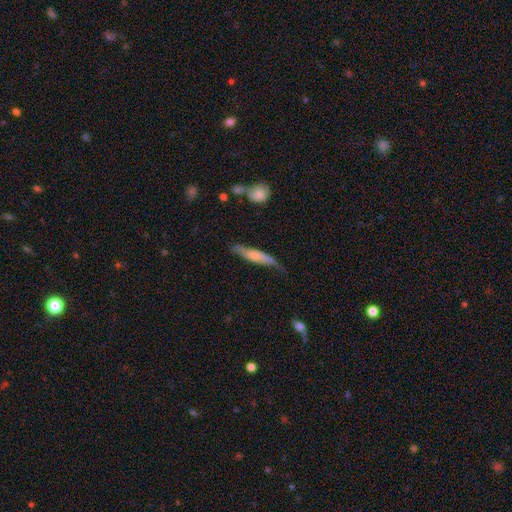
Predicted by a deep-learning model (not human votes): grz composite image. It shows a smooth galaxy with no disk features (55%) that is cigar-shaped (83%). Merging: none (57%).